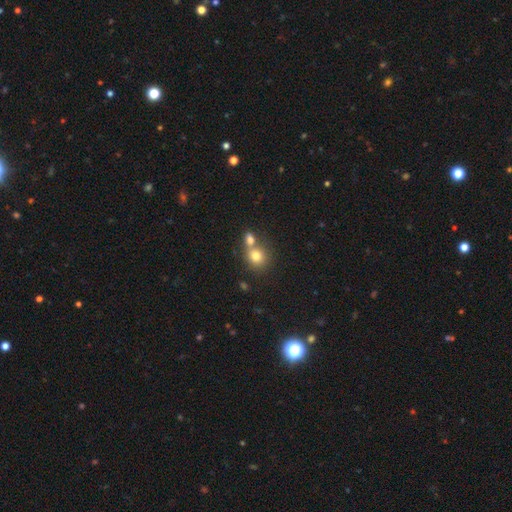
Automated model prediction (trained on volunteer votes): The model was most divided on "merging": merger: 49%, none: 40%, minor disturbance: 8%, major disturbance: 3%. More confident: smooth or featured — smooth (77%); how rounded — round (77%).